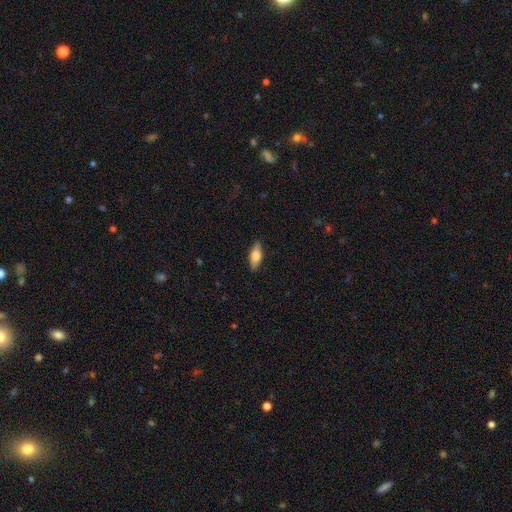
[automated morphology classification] smooth_or_featured: smooth (p=0.64) [alt: featured or disk p=0.30]
how_rounded: in between (p=0.68) [alt: cigar-shaped p=0.29]
merging: none (p=0.87) [alt: minor disturbance p=0.10]